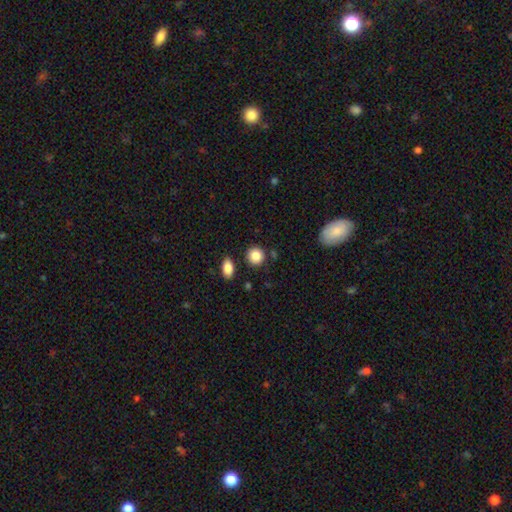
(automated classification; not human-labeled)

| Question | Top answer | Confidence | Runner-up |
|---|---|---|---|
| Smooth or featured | smooth | 86% | star or artifact (9%) |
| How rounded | round | 86% | in between (13%) |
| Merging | none | 85% | minor disturbance (8%) |